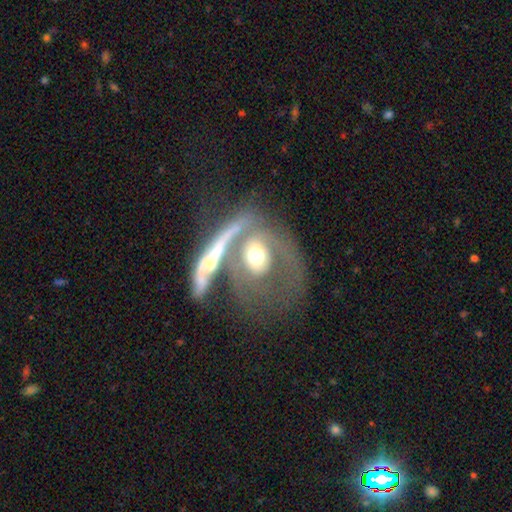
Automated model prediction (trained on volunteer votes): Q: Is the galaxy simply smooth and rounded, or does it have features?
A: featured or disk — 56%.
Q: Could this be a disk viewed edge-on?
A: no — 82%.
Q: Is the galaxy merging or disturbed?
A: merger — 47%.